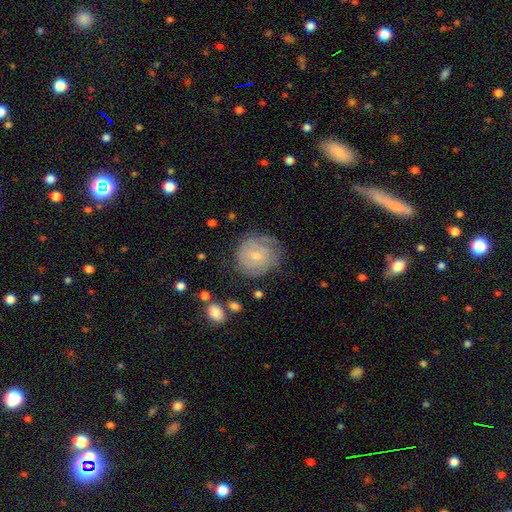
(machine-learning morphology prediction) featured or disk 56%, smooth 36%, star or artifact 7%. Down the decision tree: edge-on disk — no (97%); bar — no (61%); spiral arms — yes (79%); bulge size — small (64%); merging — none (63%).